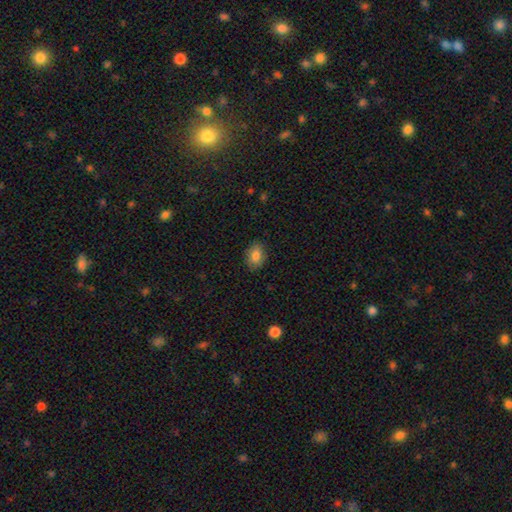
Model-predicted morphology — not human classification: Smooth or featured: smooth — 84% (star or artifact — 9%)
How rounded: in between — 77% (round — 22%)
Merging: none — 86% (minor disturbance — 11%)